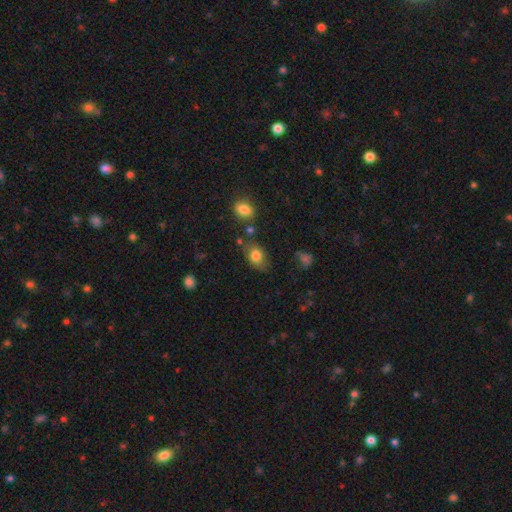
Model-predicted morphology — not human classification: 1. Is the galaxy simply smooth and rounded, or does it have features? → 80% smooth, 11% featured or disk, 9% star or artifact.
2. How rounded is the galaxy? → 80% in between, 18% round, 2% cigar-shaped.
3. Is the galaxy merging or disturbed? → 67% none, 21% minor disturbance, 7% merger, 6% major disturbance.